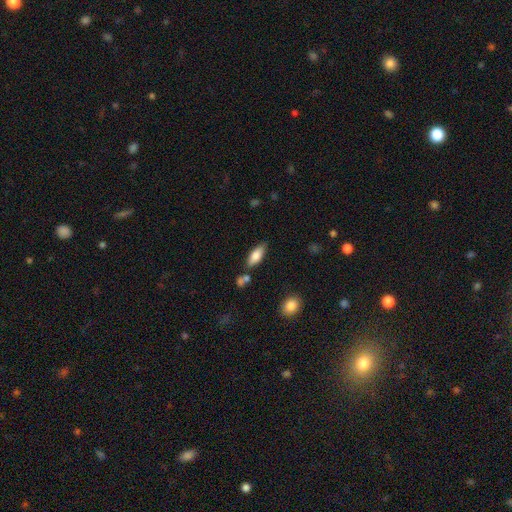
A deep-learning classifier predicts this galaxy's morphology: A smooth galaxy with no disk features (78%) that is in between round and cigar-shaped (75%).

Vote fractions:
- Smooth or featured? smooth: 78% / featured or disk: 16% / star or artifact: 7%
- How rounded? in between: 75% / cigar-shaped: 23% / round: 2%
- Merging? none: 71% / minor disturbance: 17% / merger: 9% / major disturbance: 4%